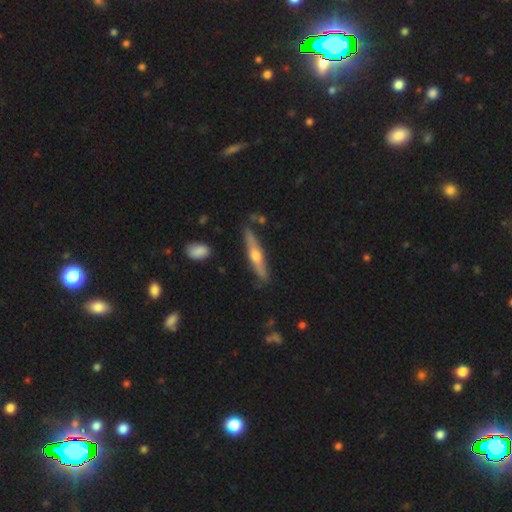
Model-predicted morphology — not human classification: Q: Smooth or featured?
A: featured or disk (60%); runner-up: smooth (35%)
Q: Edge-on disk?
A: yes (94%); runner-up: no (6%)
Q: Edge-on bulge?
A: rounded (91%); runner-up: none (6%)
Q: Merging?
A: none (84%); runner-up: minor disturbance (11%)